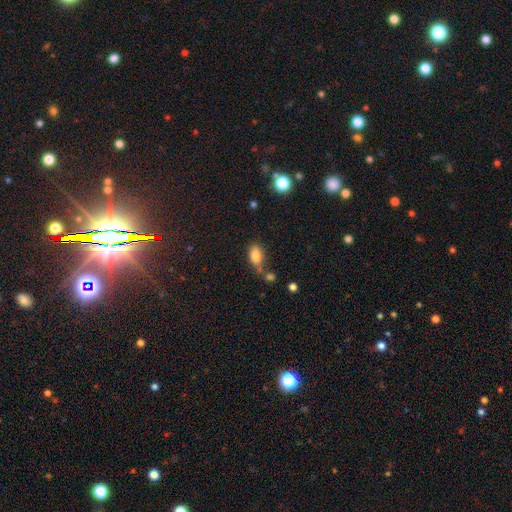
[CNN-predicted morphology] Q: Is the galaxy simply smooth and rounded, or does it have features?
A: smooth — 81%.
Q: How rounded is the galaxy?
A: in between — 88%.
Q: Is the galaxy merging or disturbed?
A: none — 50%.